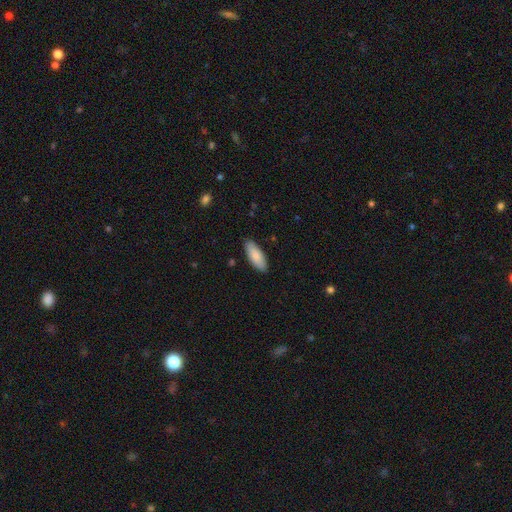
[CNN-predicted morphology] smooth_or_featured: smooth (p=0.84) [alt: featured or disk p=0.10]
how_rounded: in between (p=0.79) [alt: cigar-shaped p=0.19]
merging: none (p=0.87) [alt: minor disturbance p=0.10]